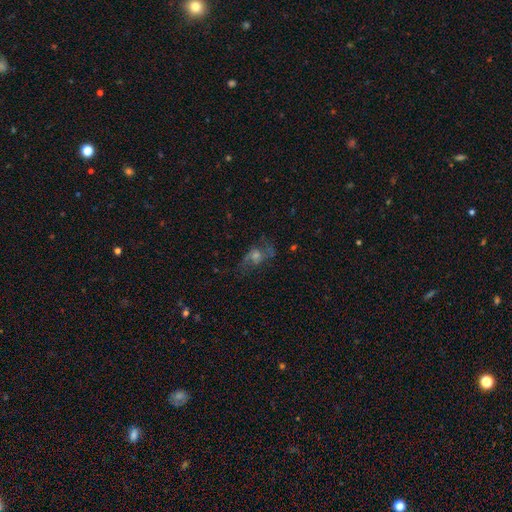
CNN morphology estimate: Q: Smooth or featured?
A: featured or disk (59%); runner-up: smooth (22%)
Q: Edge-on disk?
A: no (92%); runner-up: yes (8%)
Q: Bar?
A: no (69%); runner-up: weak (26%)
Q: Spiral arms?
A: yes (81%); runner-up: no (19%)
Q: Bulge size?
A: moderate (49%); runner-up: small (34%)
Q: Merging?
A: none (63%); runner-up: major disturbance (18%)